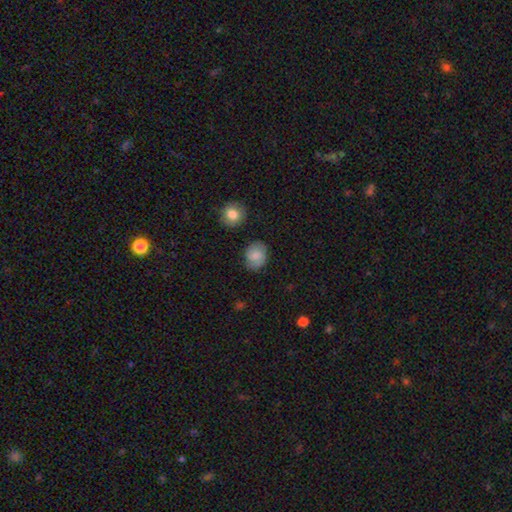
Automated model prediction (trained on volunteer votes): smooth 71%, featured or disk 21%, star or artifact 8%. Down the decision tree: how rounded — round (60%); merging — none (74%).